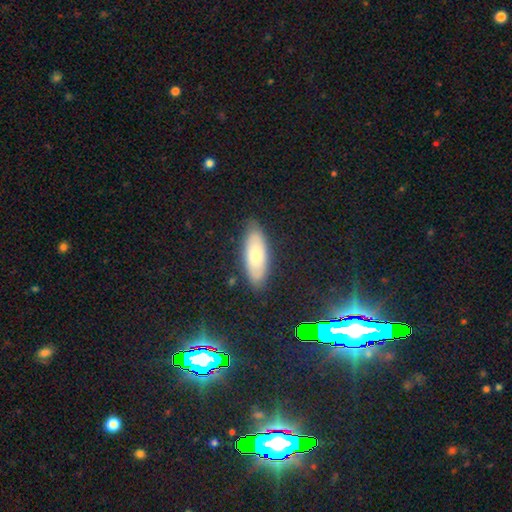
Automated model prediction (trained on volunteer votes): Smooth or featured? smooth (71%)
How rounded? in between (72%)
Merging? none (83%)